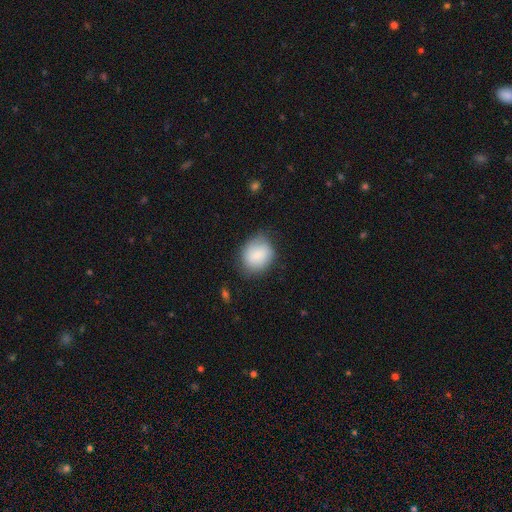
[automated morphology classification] smooth-or-featured: smooth: 76% | featured or disk: 17% | star or artifact: 7%
  how-rounded: round: 68% | in between: 31% | cigar-shaped: 1%
  merging: none: 71% | minor disturbance: 22% | major disturbance: 6% | merger: 1%